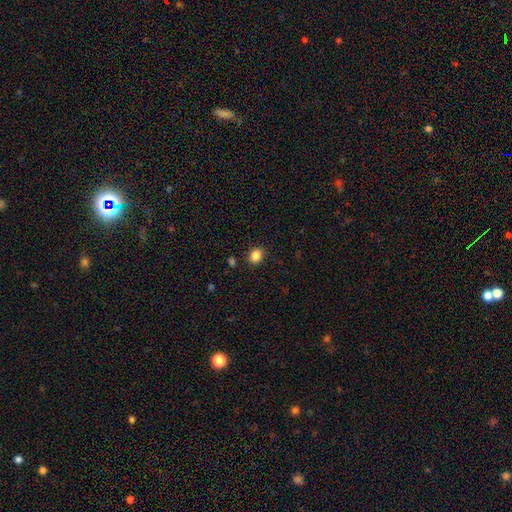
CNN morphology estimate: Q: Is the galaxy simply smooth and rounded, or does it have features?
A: smooth — 85%.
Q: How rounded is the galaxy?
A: round — 61%.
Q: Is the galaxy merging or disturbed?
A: none — 89%.